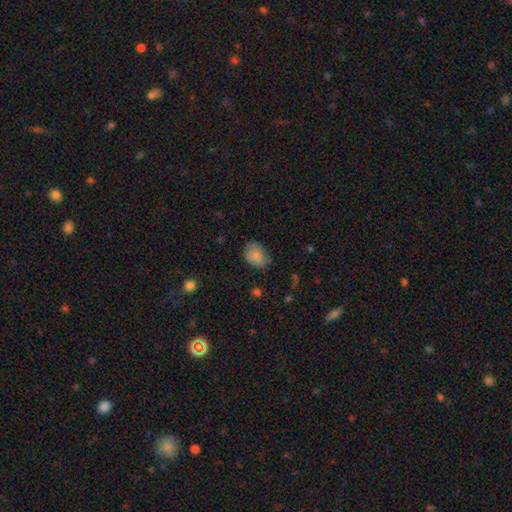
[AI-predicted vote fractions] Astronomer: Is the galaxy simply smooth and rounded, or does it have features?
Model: smooth — 84%.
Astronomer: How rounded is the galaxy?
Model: in between — 70%.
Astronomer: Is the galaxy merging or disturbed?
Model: none — 61%.